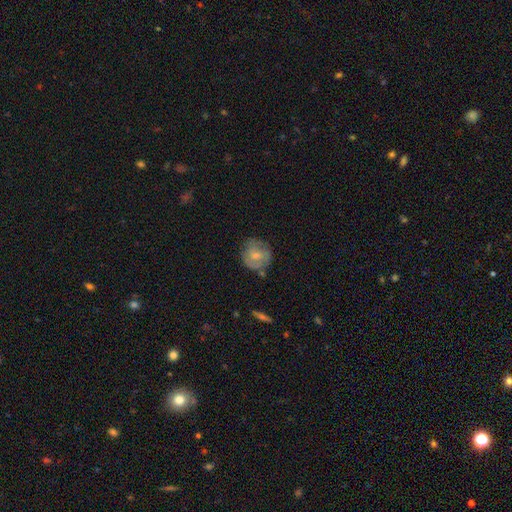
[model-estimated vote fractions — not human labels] Smooth or featured? smooth (50%)
Merging? none (65%)